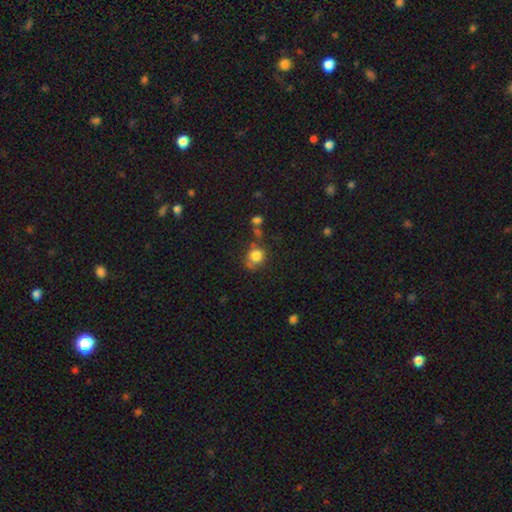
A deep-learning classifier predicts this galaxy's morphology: smooth_or_featured: smooth (p=0.80) [alt: star or artifact p=0.11]
how_rounded: round (p=0.79) [alt: in between p=0.20]
merging: none (p=0.57) [alt: minor disturbance p=0.21]